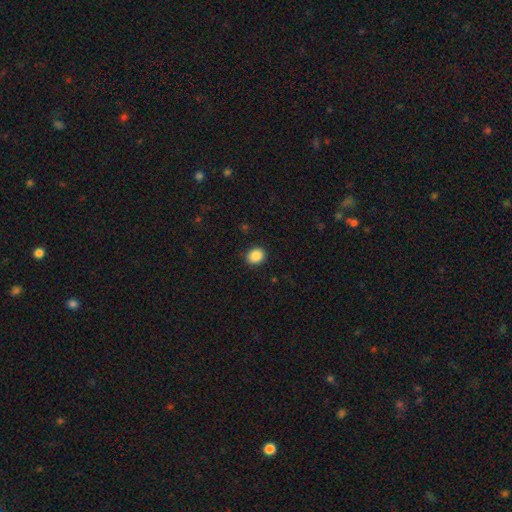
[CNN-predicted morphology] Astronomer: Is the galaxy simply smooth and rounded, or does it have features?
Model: smooth — 89%.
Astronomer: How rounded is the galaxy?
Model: round — 62% (runner-up: in between, 37%).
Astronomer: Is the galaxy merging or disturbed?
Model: none — 89%.